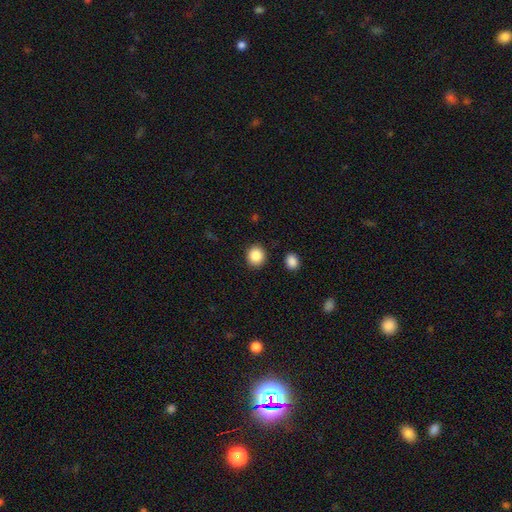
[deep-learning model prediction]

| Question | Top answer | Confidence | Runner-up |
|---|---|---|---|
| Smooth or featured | smooth | 88% | star or artifact (9%) |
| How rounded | round | 85% | in between (14%) |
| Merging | none | 90% | minor disturbance (6%) |